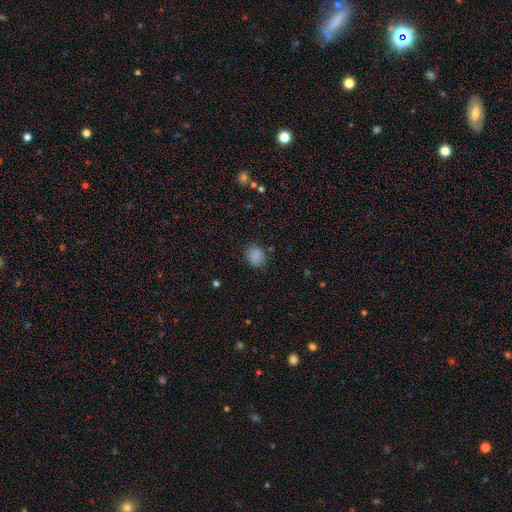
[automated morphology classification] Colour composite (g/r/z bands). It shows a smooth galaxy with no disk features (84%) that is round (55%). Merging: none (80%).